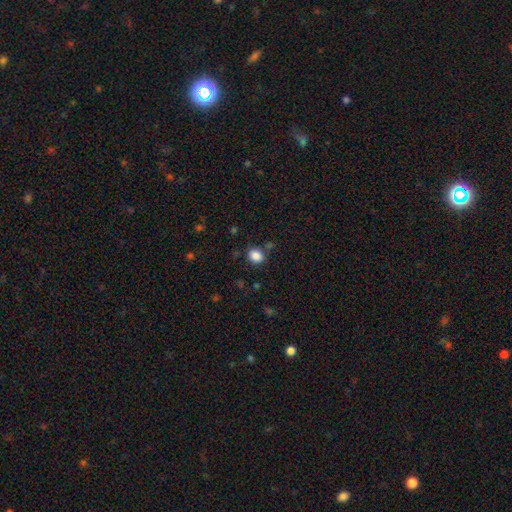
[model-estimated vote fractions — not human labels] smooth 86%, star or artifact 10%, featured or disk 4%. Down the decision tree: how rounded — round (59%); merging — none (80%).